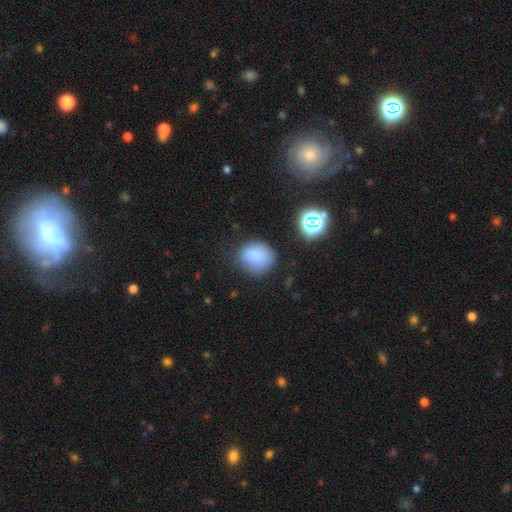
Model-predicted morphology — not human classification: smooth_or_featured: smooth (p=0.82) [alt: star or artifact p=0.12]
how_rounded: round (p=0.64) [alt: in between p=0.35]
merging: none (p=0.68) [alt: minor disturbance p=0.21]